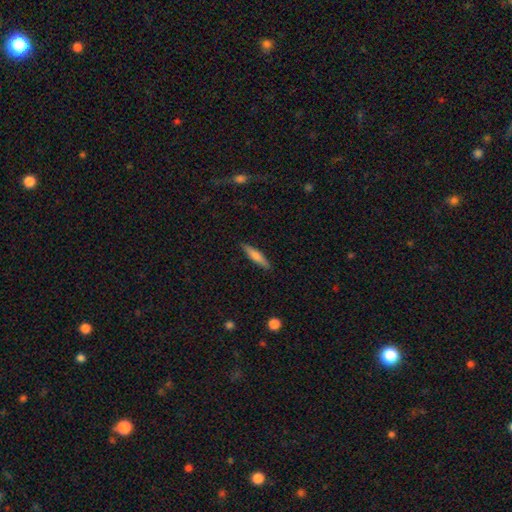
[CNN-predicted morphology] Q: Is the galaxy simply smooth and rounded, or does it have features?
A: smooth — 68%.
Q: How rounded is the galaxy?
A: cigar-shaped — 84%.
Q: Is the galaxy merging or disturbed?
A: none — 89%.